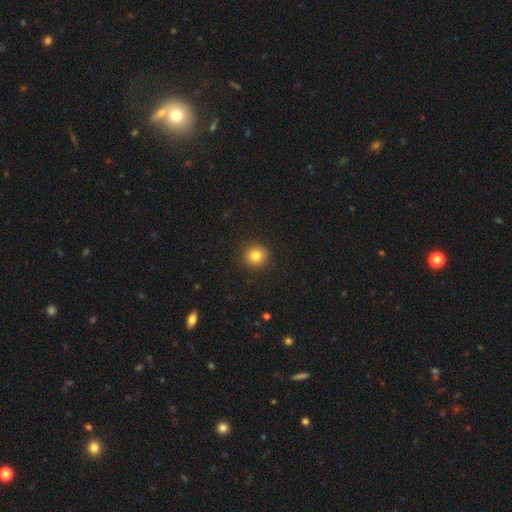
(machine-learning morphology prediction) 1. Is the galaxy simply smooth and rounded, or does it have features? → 81% smooth, 11% star or artifact, 8% featured or disk.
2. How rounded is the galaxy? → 92% round, 7% in between, 1% cigar-shaped.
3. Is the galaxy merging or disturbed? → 90% none, 6% minor disturbance, 2% major disturbance, 1% merger.